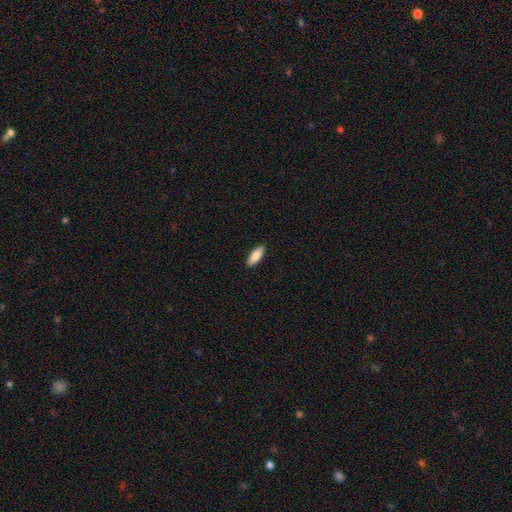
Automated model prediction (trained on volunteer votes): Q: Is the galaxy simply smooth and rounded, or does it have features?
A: smooth — 83%.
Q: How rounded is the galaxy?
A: in between — 72%.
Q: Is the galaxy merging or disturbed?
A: none — 89%.